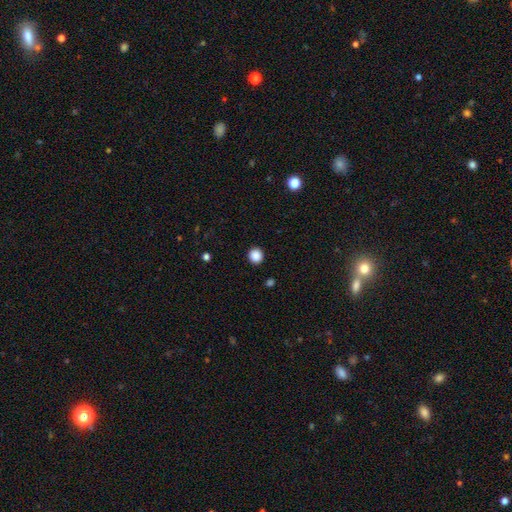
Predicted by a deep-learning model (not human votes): Smooth or featured? Predicted: smooth (p=0.88). How rounded? Predicted: round (p=0.93). Merging? Predicted: none (p=0.92).